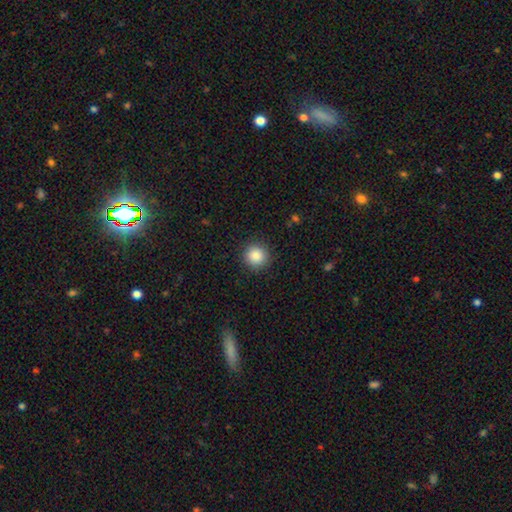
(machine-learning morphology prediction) Smooth or featured? Predicted: smooth (p=0.87). How rounded? Predicted: round (p=0.94). Merging? Predicted: none (p=0.91).